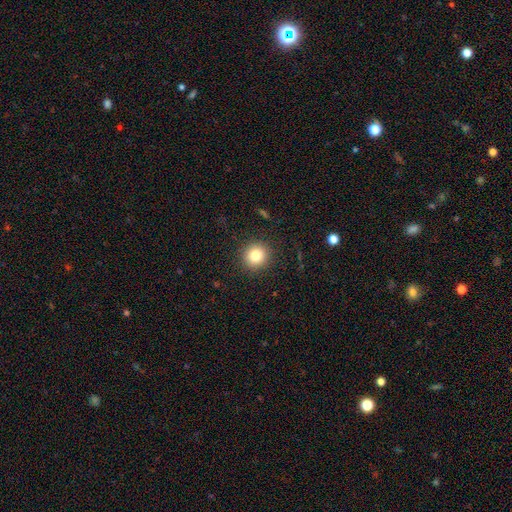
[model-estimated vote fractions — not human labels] A smooth galaxy with no disk features (82%) that is round (92%). Merging: none (91%).